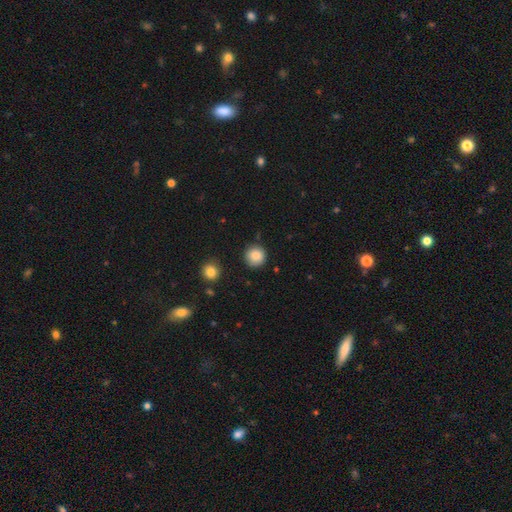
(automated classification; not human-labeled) This appears to be a smooth galaxy with no disk features (87%) that is round (94%). Merging: none (86%).